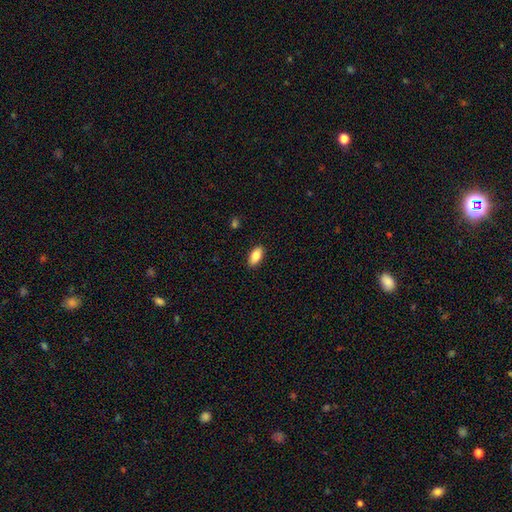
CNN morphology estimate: Smooth or featured? smooth (85%)
How rounded? in between (91%)
Merging? none (88%)